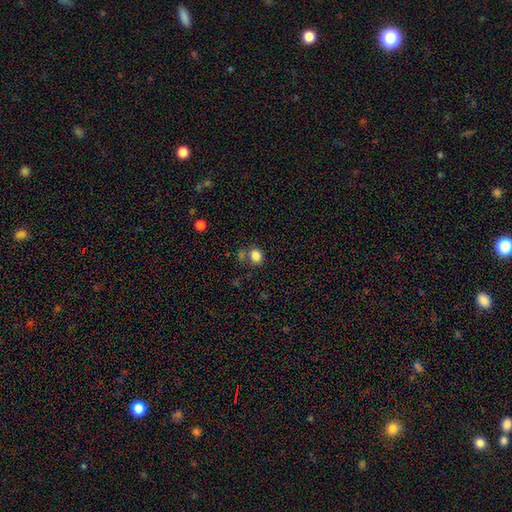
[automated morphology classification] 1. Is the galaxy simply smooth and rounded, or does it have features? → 83% smooth, 12% star or artifact, 5% featured or disk.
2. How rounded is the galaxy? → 62% round, 37% in between, 1% cigar-shaped.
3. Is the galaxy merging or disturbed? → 66% none, 15% merger, 14% minor disturbance, 6% major disturbance.